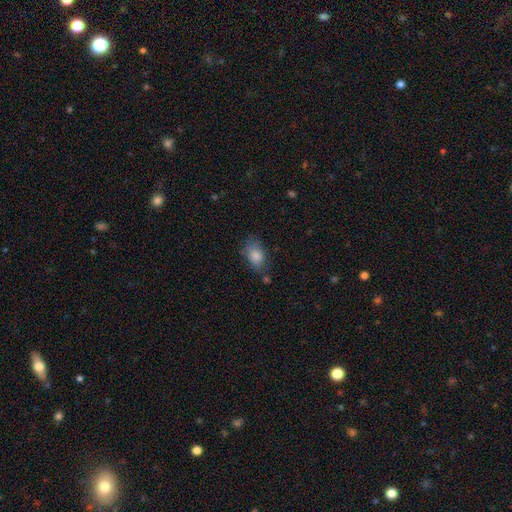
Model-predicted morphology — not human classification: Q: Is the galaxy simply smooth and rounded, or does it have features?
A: smooth — 84%.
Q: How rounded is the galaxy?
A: in between — 86%.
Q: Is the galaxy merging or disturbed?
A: none — 64%.